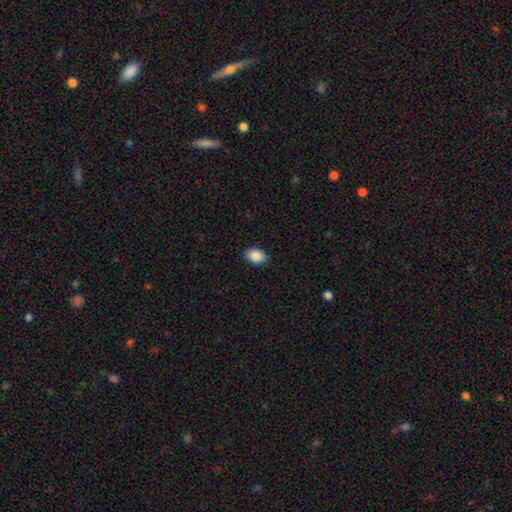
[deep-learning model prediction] Smooth or featured? Predicted: smooth (p=0.89). How rounded? Predicted: in between (p=0.81). Merging? Predicted: none (p=0.89).